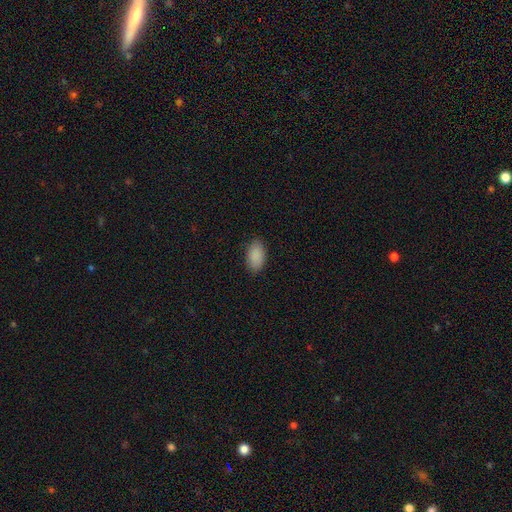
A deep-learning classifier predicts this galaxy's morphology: A smooth galaxy with no disk features (90%) that is in between round and cigar-shaped (94%). Merging: none (87%).